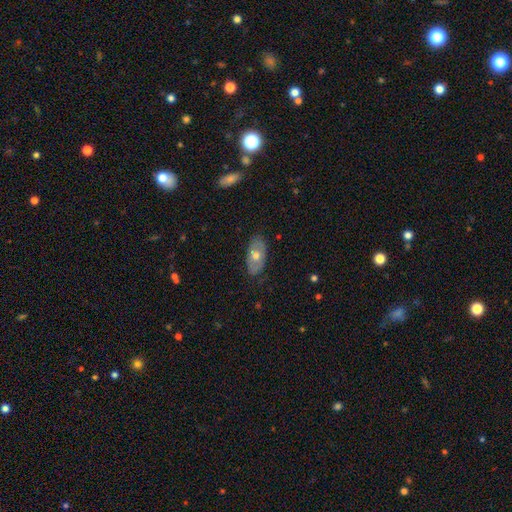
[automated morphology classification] Smooth or featured: smooth — 50% (featured or disk — 44%)
Merging: none — 82% (minor disturbance — 14%)